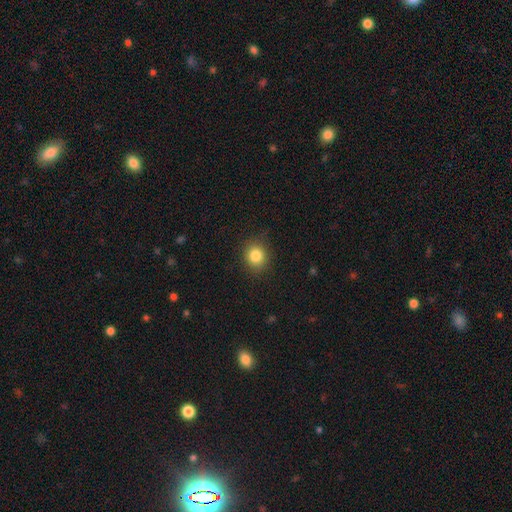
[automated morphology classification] A smooth galaxy with no disk features (84%) that is round (82%).

Vote fractions:
- Smooth or featured? smooth: 84% / star or artifact: 11% / featured or disk: 5%
- How rounded? round: 82% / in between: 17% / cigar-shaped: 1%
- Merging? none: 88% / minor disturbance: 9% / major disturbance: 3% / merger: 1%